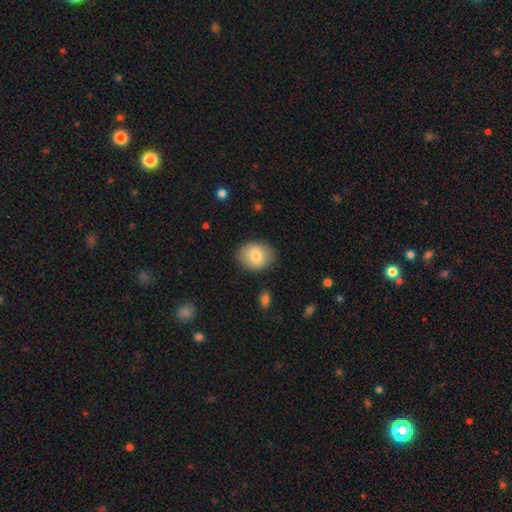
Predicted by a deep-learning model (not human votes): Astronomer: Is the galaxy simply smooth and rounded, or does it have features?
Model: smooth — 80%.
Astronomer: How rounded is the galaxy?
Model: round — 52% (runner-up: in between, 47%).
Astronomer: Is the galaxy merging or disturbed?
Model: none — 85%.